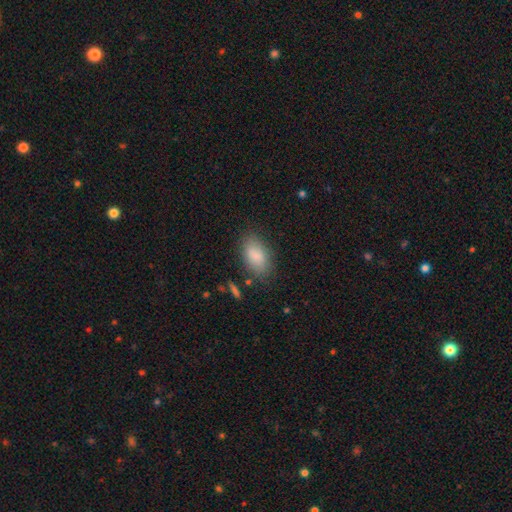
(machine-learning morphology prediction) This appears to be a smooth galaxy with no disk features (86%) that is in between round and cigar-shaped (92%). Merging: none (78%).